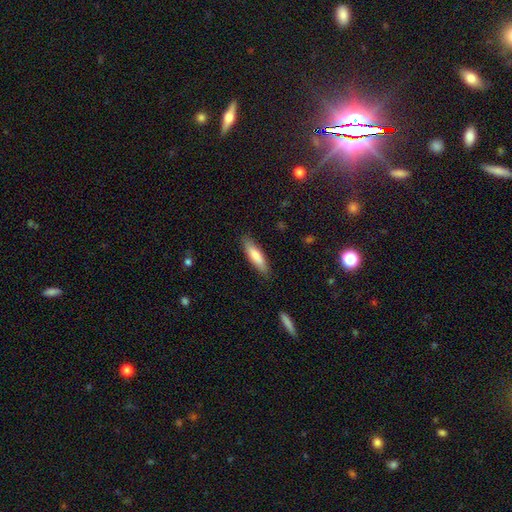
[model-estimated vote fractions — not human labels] This appears to be a smooth galaxy with no disk features (77%) that is cigar-shaped (67%). Merging: none (85%).